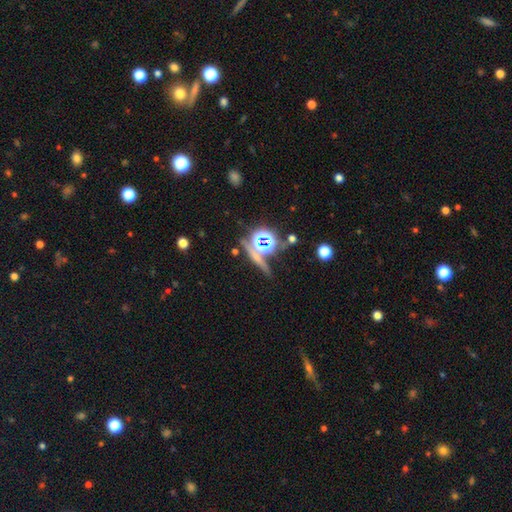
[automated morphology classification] Smooth or featured: star or artifact — 44% (smooth — 34%)